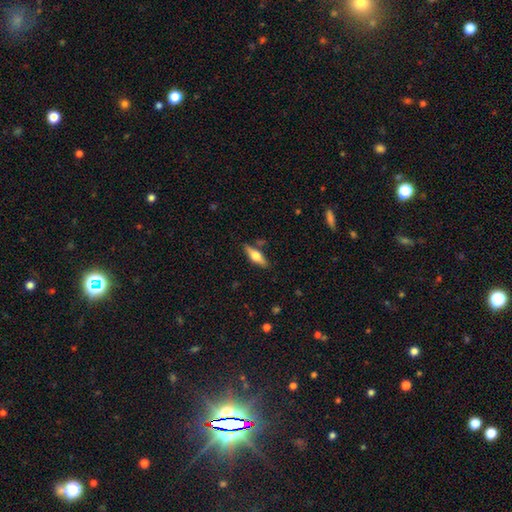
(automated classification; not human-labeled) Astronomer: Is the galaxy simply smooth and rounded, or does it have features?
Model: smooth — 48% (runner-up: featured or disk, 45%).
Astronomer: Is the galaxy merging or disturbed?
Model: none — 82%.